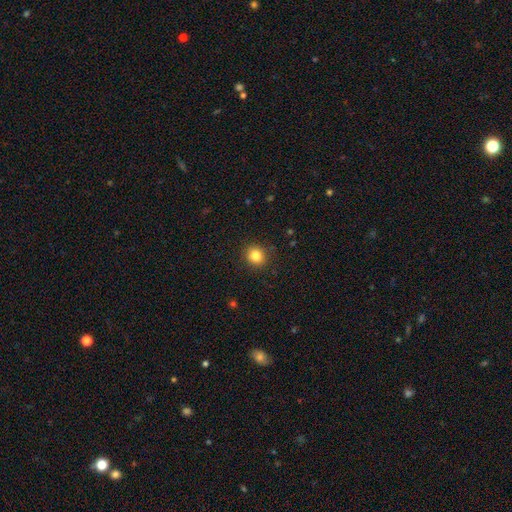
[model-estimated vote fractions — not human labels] Smooth or featured? smooth (83%)
How rounded? round (84%)
Merging? none (91%)